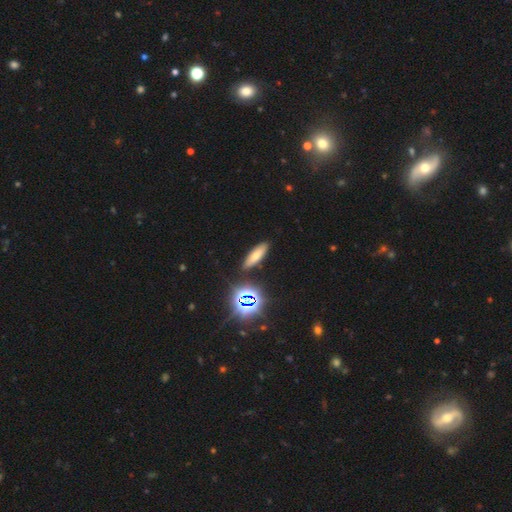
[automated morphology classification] A smooth galaxy with no disk features (63%) that is cigar-shaped (48%). Merging: none (87%).